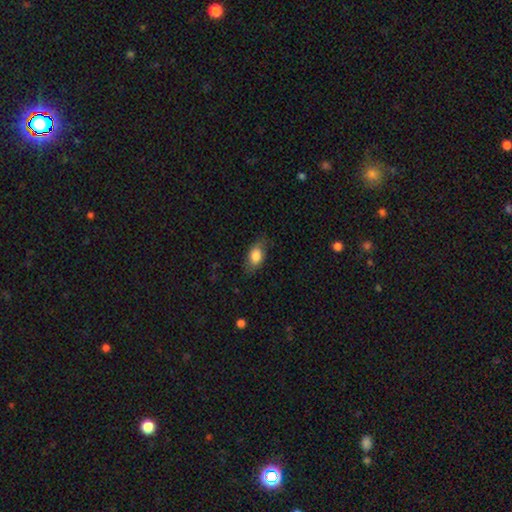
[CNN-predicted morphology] This is likely a smooth galaxy (80%). How rounded: clearly in between (86%). Merging: likely none (77%).